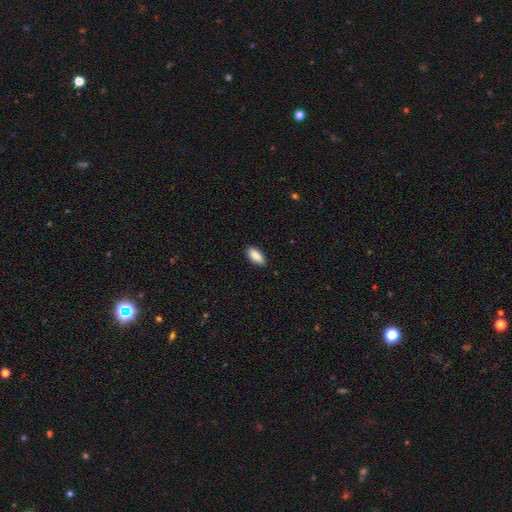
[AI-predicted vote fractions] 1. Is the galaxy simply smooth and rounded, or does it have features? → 90% smooth, 6% star or artifact, 3% featured or disk.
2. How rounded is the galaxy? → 89% in between, 9% cigar-shaped, 2% round.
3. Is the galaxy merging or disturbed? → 88% none, 9% minor disturbance, 2% major disturbance, 1% merger.